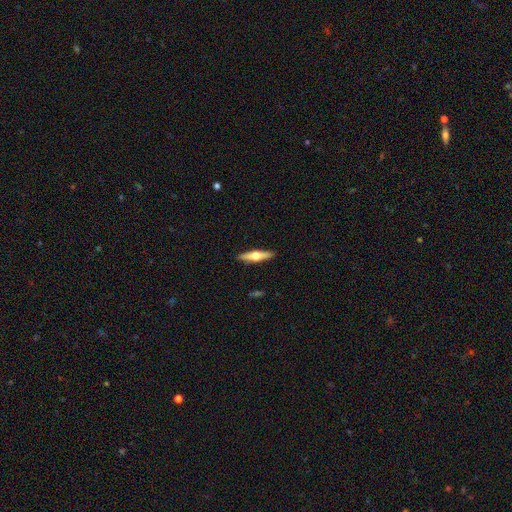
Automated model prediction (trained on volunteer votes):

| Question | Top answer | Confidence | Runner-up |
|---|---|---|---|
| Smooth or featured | featured or disk | 54% | smooth (40%) |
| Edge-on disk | yes | 95% | no (5%) |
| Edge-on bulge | rounded | 93% | boxy (4%) |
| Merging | none | 91% | minor disturbance (7%) |